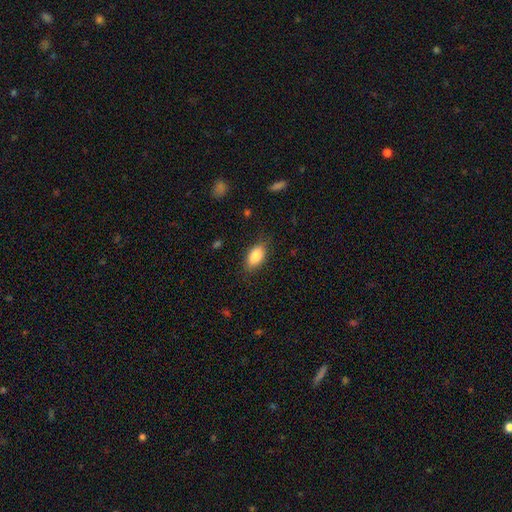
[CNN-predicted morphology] A smooth galaxy with no disk features (84%) that is in between round and cigar-shaped (89%).

Vote fractions:
- Smooth or featured? smooth: 84% / featured or disk: 9% / star or artifact: 7%
- How rounded? in between: 89% / cigar-shaped: 7% / round: 4%
- Merging? none: 82% / minor disturbance: 13% / major disturbance: 3% / merger: 1%